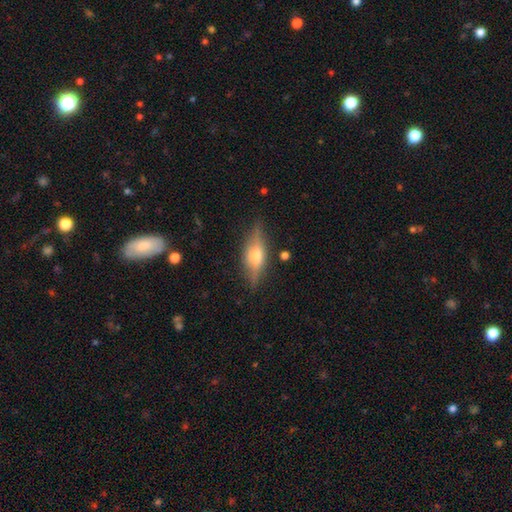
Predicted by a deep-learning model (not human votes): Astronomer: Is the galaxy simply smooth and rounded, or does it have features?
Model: featured or disk — 60%.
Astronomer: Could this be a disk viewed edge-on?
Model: yes — 91%.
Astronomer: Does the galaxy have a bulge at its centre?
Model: rounded — 89%.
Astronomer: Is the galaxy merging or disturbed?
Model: none — 82%.